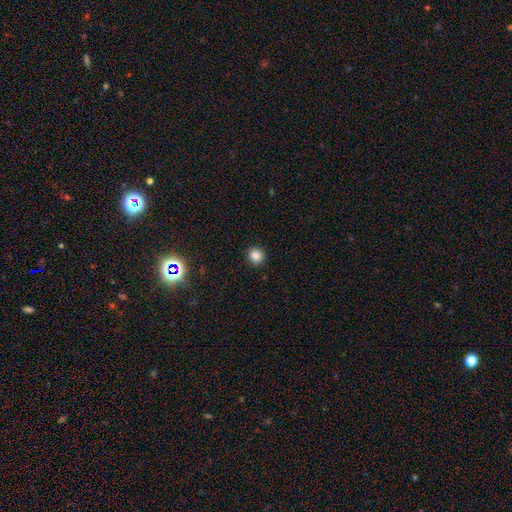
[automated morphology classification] A smooth galaxy with no disk features (85%) that is round (81%). Merging: none (91%).